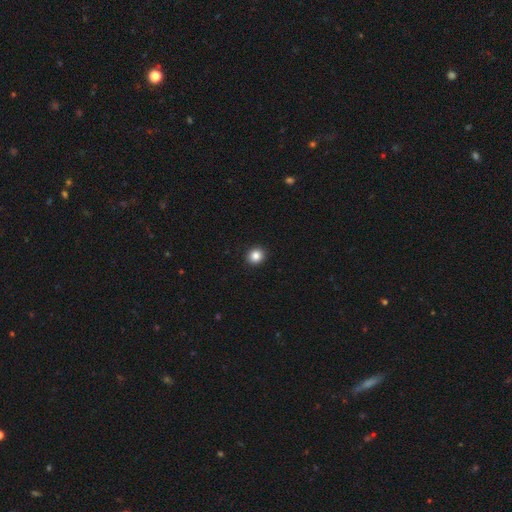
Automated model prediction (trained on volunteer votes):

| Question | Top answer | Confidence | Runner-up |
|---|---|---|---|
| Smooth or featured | smooth | 86% | star or artifact (10%) |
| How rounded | round | 84% | in between (15%) |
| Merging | none | 93% | minor disturbance (5%) |